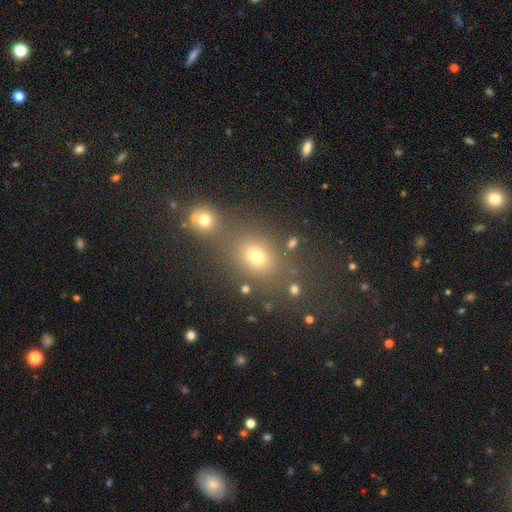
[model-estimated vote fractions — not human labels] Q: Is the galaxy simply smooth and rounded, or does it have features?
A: smooth — 65%.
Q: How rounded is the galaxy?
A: round — 53%.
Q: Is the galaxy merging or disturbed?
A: none — 61%.